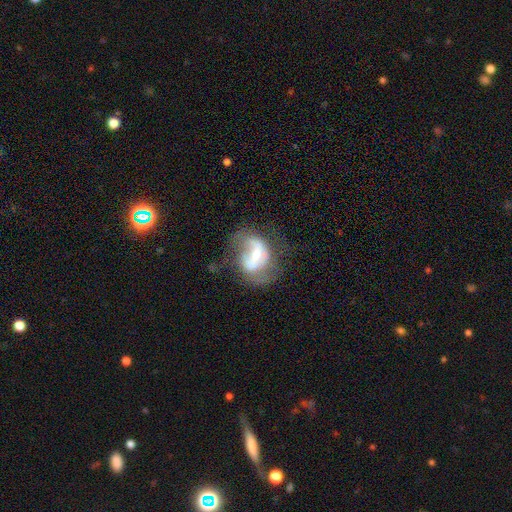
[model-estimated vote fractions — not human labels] featured or disk 63%, smooth 28%, star or artifact 9%. Down the decision tree: edge-on disk — no (96%); bar — weak (42%); spiral arms — yes (60%); bulge size — moderate (44%); merging — none (38%).